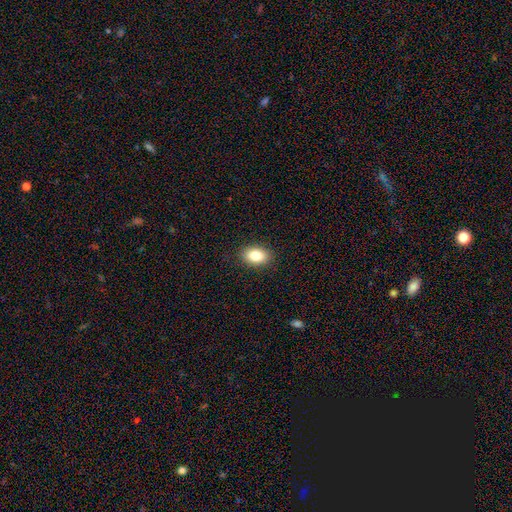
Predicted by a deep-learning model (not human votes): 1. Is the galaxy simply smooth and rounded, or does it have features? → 82% smooth, 9% featured or disk, 9% star or artifact.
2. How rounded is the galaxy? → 82% in between, 16% round, 1% cigar-shaped.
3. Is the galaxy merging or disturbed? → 88% none, 8% minor disturbance, 2% major disturbance, 1% merger.